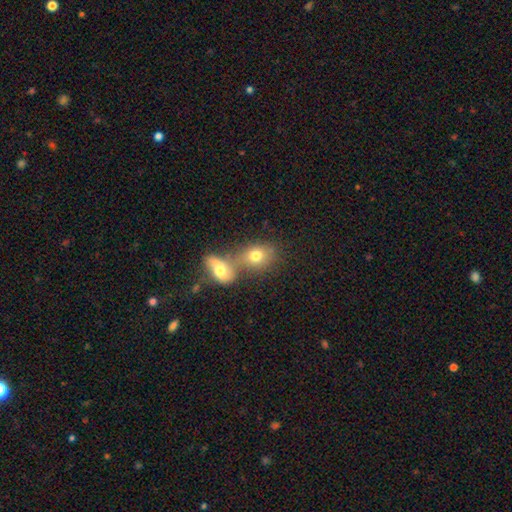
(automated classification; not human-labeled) smooth-or-featured: smooth: 73% | featured or disk: 17% | star or artifact: 10%
  how-rounded: in between: 62% | round: 37% | cigar-shaped: 2%
  merging: merger: 56% | none: 31% | minor disturbance: 8% | major disturbance: 5%